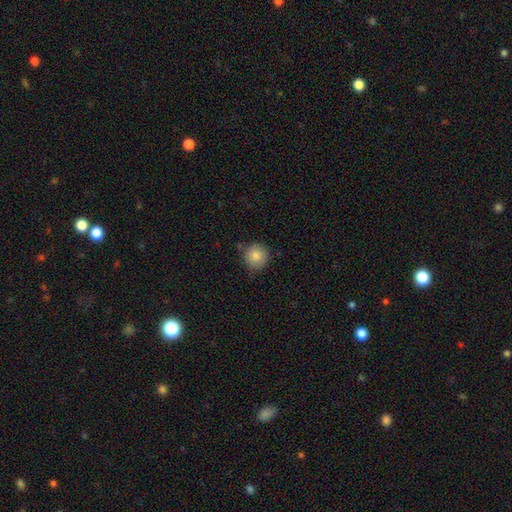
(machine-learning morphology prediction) smooth_or_featured: smooth (p=0.86) [alt: star or artifact p=0.08]
how_rounded: round (p=0.92) [alt: in between p=0.07]
merging: none (p=0.79) [alt: minor disturbance p=0.15]